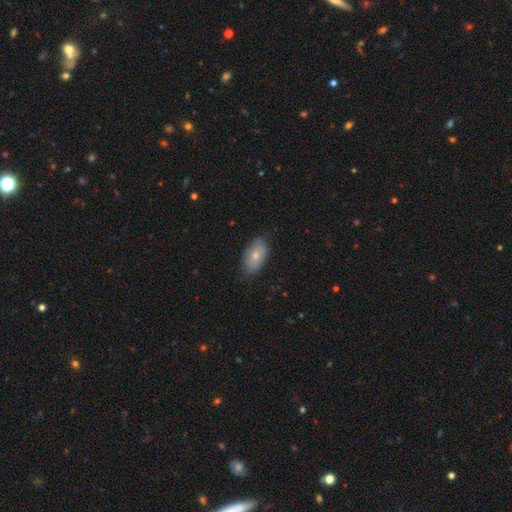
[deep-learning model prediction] The model was most divided on "smooth or featured": smooth: 72%, featured or disk: 21%, star or artifact: 7%. More confident: how rounded — in between (92%); merging — none (79%).